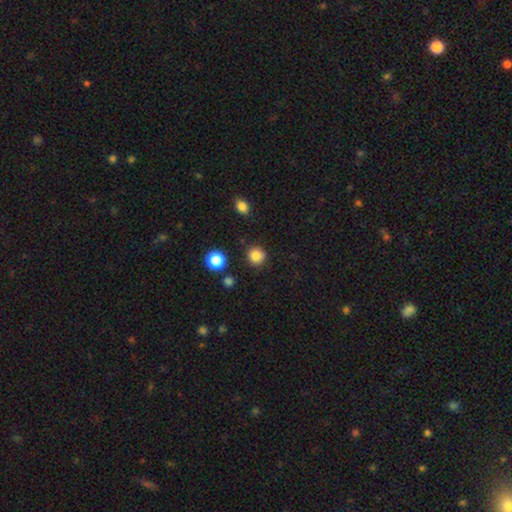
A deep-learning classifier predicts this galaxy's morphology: Smooth or featured: smooth — 85% (star or artifact — 11%)
How rounded: round — 92% (in between — 7%)
Merging: none — 87% (minor disturbance — 8%)